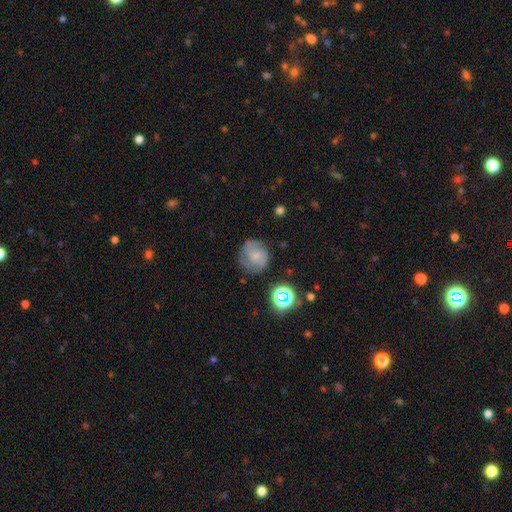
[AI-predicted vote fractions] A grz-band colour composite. It shows a smooth galaxy with no disk features (46%). Merging: none (70%).